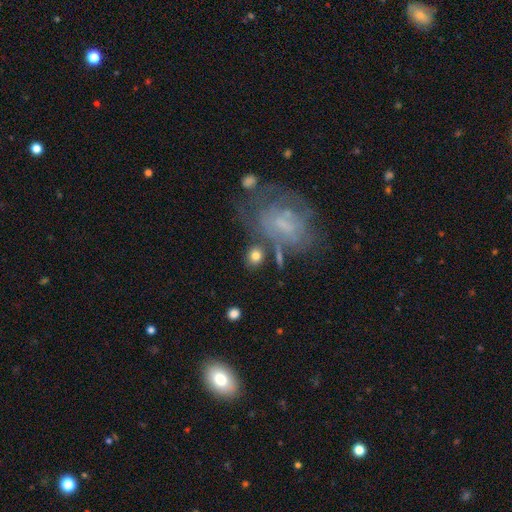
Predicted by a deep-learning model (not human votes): A smooth galaxy with no disk features (77%) that is round (72%).

Vote fractions:
- Smooth or featured? smooth: 77% / featured or disk: 14% / star or artifact: 9%
- How rounded? round: 72% / in between: 26% / cigar-shaped: 2%
- Merging? none: 73% / minor disturbance: 11% / merger: 9% / major disturbance: 6%